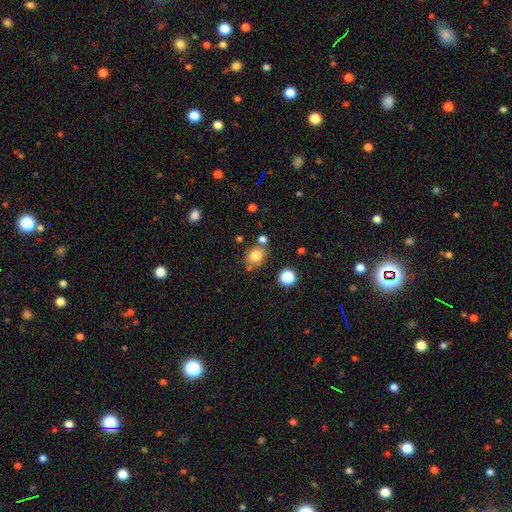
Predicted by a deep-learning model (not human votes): Morphology: type=smooth (80%); roundness=round (53%); merging=none (72%).